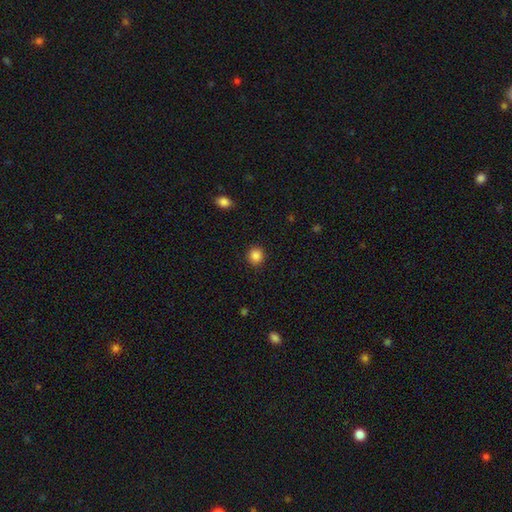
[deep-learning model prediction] This appears to be a smooth galaxy with no disk features (86%) that is round (89%). Merging: none (91%).